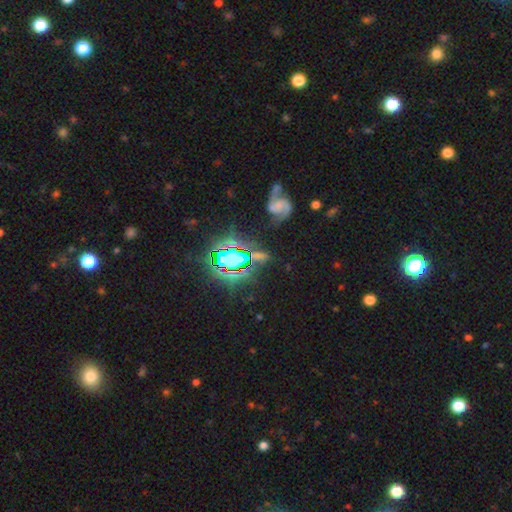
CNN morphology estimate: Smooth or featured?
  - star or artifact: 56% *
  - featured or disk: 27%
  - smooth: 17%